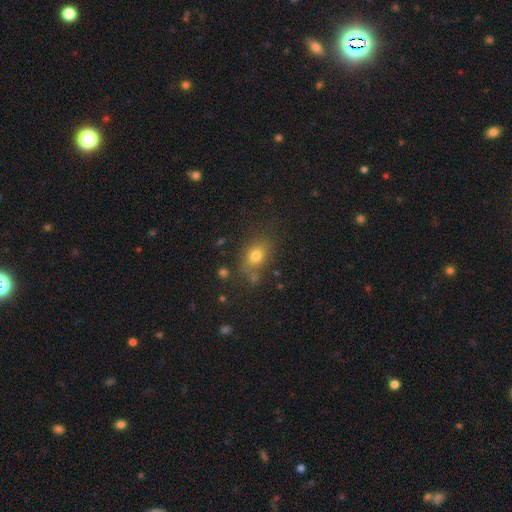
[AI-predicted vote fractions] smooth-or-featured: smooth: 76% | star or artifact: 14% | featured or disk: 10%
  how-rounded: in between: 61% | round: 37% | cigar-shaped: 2%
  merging: none: 71% | minor disturbance: 16% | merger: 7% | major disturbance: 6%